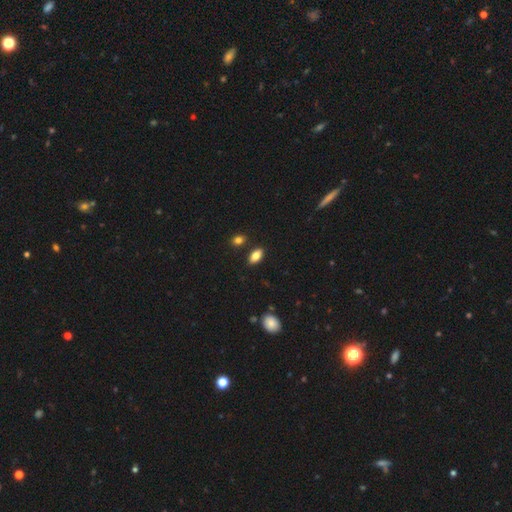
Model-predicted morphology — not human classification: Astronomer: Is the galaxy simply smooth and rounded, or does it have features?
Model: smooth — 83%.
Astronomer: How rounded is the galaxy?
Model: in between — 91%.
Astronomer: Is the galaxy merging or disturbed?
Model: none — 84%.